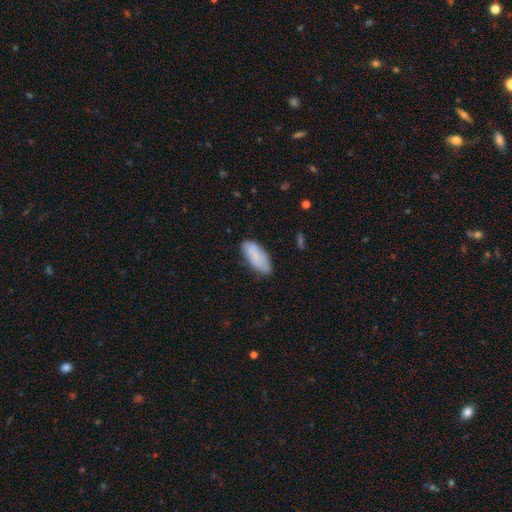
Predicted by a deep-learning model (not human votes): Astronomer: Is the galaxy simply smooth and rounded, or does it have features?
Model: smooth — 81%.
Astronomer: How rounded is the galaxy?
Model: in between — 85%.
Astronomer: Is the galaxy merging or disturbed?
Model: none — 74%.